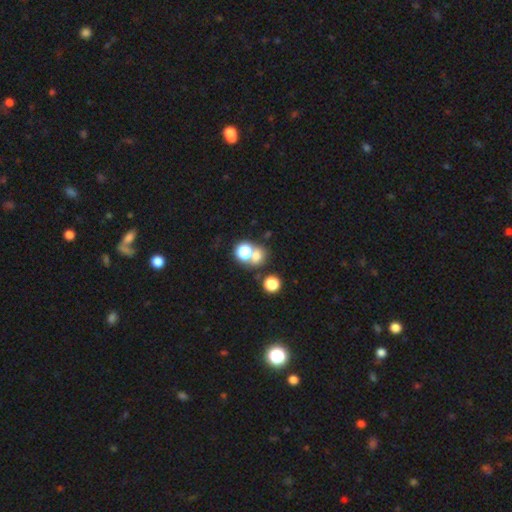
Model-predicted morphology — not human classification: This appears to be a smooth galaxy with no disk features (64%) that is round (74%). Merging: none (49%).